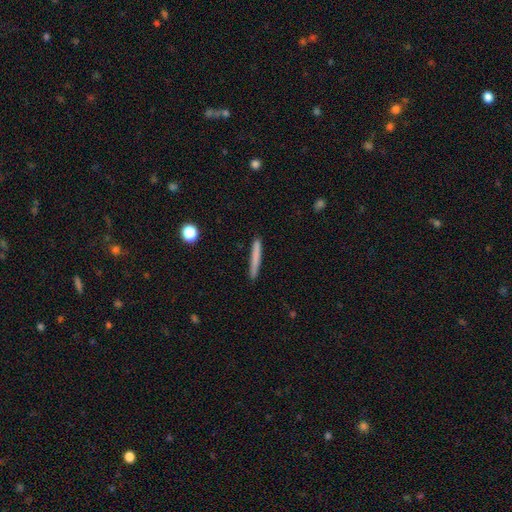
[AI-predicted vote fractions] Smooth or featured? smooth (75%)
How rounded? cigar-shaped (96%)
Merging? none (89%)